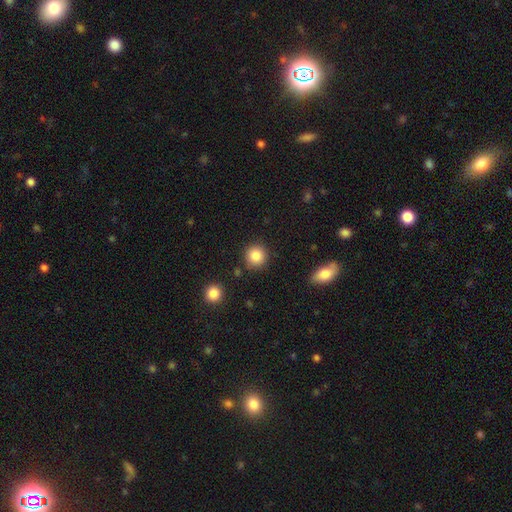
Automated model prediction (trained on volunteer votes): Smooth or featured?
  - smooth: 86% *
  - star or artifact: 9%
  - featured or disk: 5%
How rounded?
  - round: 92% *
  - in between: 7%
  - cigar-shaped: 1%
Merging?
  - none: 86% *
  - minor disturbance: 8%
  - merger: 3%
  - major disturbance: 3%